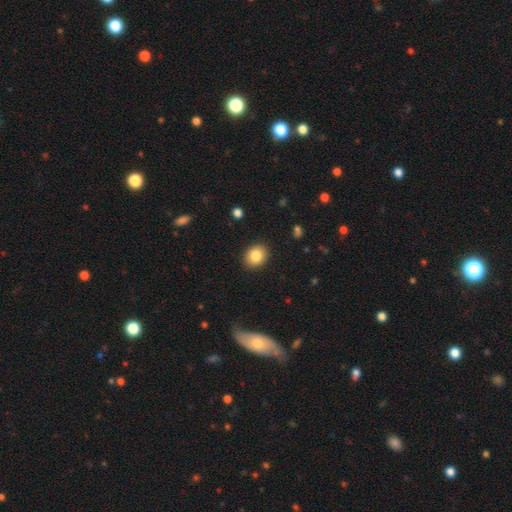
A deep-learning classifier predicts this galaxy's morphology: A smooth galaxy with no disk features (83%) that is round (64%).

Vote fractions:
- Smooth or featured? smooth: 83% / star or artifact: 9% / featured or disk: 8%
- How rounded? round: 64% / in between: 35% / cigar-shaped: 1%
- Merging? none: 90% / minor disturbance: 7% / major disturbance: 2% / merger: 1%